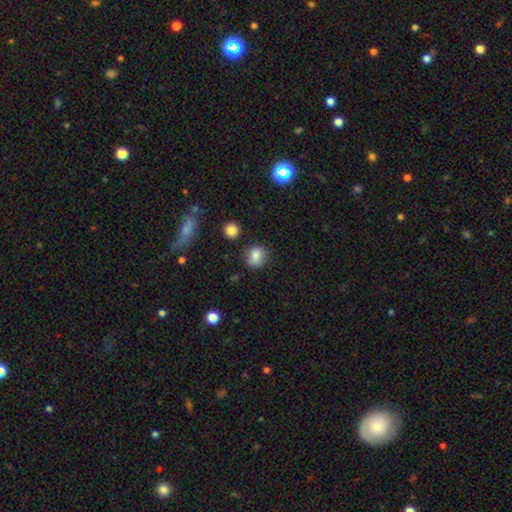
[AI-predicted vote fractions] A smooth galaxy with no disk features (82%) that is round (67%).

Vote fractions:
- Smooth or featured? smooth: 82% / star or artifact: 10% / featured or disk: 7%
- How rounded? round: 67% / in between: 31% / cigar-shaped: 1%
- Merging? none: 73% / minor disturbance: 18% / major disturbance: 5% / merger: 4%